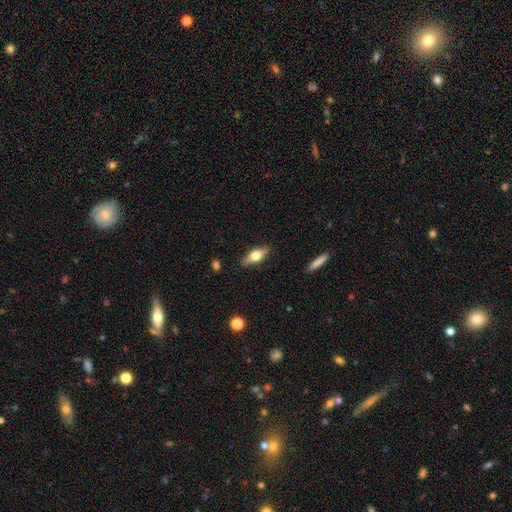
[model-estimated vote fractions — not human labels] Overall: smooth (52%; featured or disk 41%). How rounded: in between (64%; cigar-shaped 32%). Merging: none (86%).